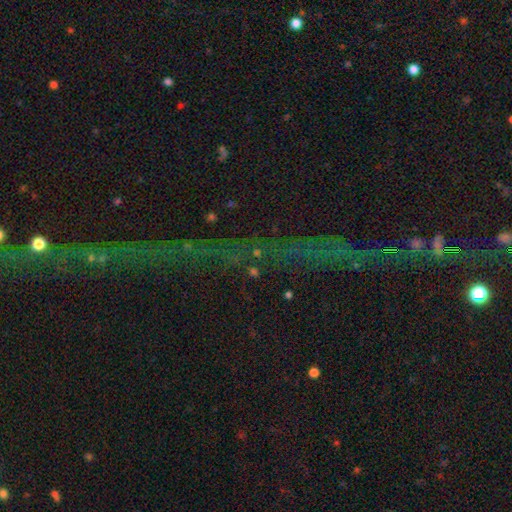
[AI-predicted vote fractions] star or artifact 73%, featured or disk 17%, smooth 10%.